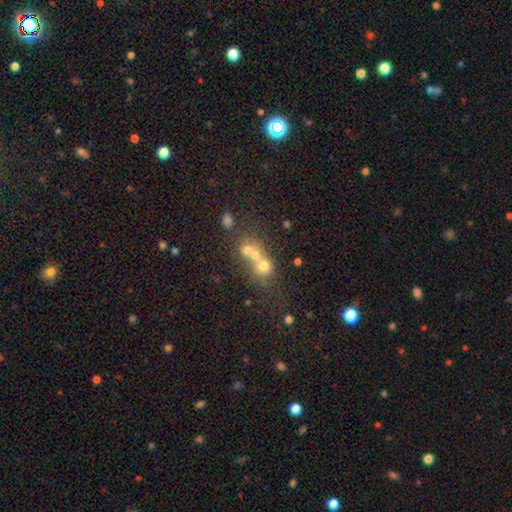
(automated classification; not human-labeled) Smooth or featured? smooth (53%)
How rounded? round (76%)
Merging? merger (56%)